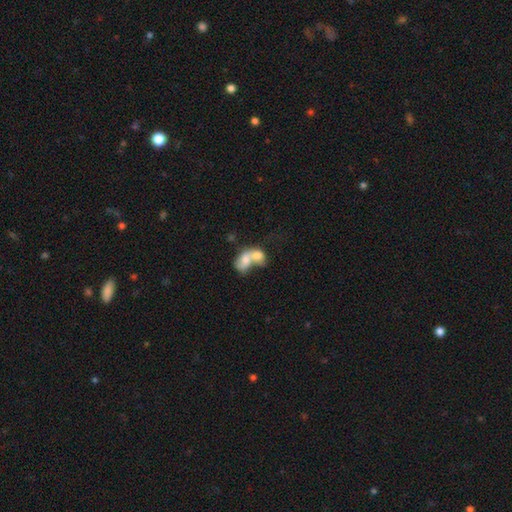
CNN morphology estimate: Smooth or featured?
  - smooth: 61% *
  - featured or disk: 31%
  - star or artifact: 8%
How rounded?
  - in between: 68% *
  - round: 29%
  - cigar-shaped: 2%
Merging?
  - merger: 83% *
  - none: 8%
  - major disturbance: 4%
  - minor disturbance: 4%